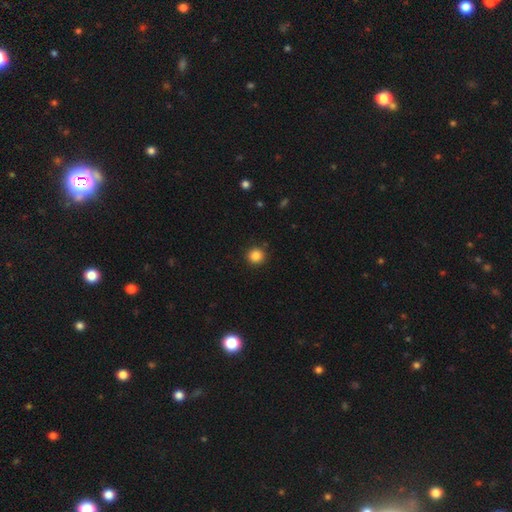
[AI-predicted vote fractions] A smooth galaxy with no disk features (85%) that is round (94%). Merging: none (91%).